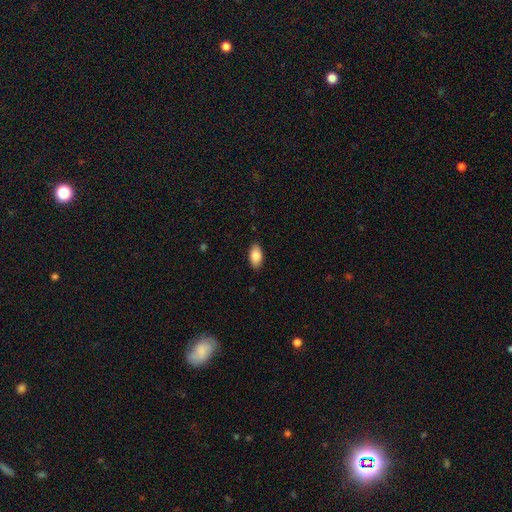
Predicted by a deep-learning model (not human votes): A smooth galaxy with no disk features (86%) that is in between round and cigar-shaped (94%).

Vote fractions:
- Smooth or featured? smooth: 86% / featured or disk: 7% / star or artifact: 7%
- How rounded? in between: 94% / round: 3% / cigar-shaped: 3%
- Merging? none: 88% / minor disturbance: 9% / major disturbance: 2% / merger: 1%